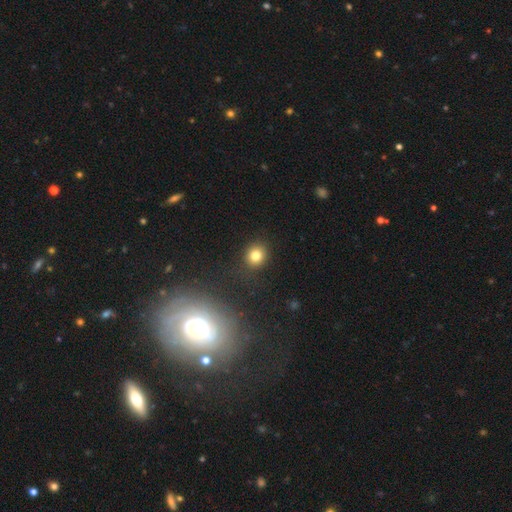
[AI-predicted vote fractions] A smooth galaxy with no disk features (80%) that is round (81%).

Vote fractions:
- Smooth or featured? smooth: 80% / star or artifact: 13% / featured or disk: 7%
- How rounded? round: 81% / in between: 18% / cigar-shaped: 1%
- Merging? none: 87% / minor disturbance: 8% / major disturbance: 3% / merger: 2%